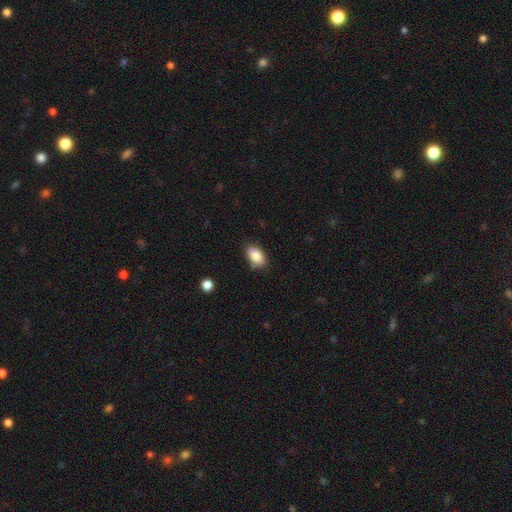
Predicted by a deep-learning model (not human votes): The model was most divided on "merging": none: 78%, minor disturbance: 17%, major disturbance: 3%, merger: 2%. More confident: how rounded — in between (91%); smooth or featured — smooth (86%).